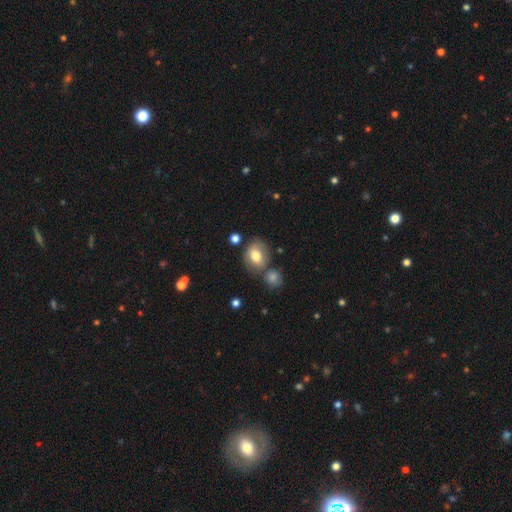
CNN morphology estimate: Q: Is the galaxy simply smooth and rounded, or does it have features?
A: smooth — 72%.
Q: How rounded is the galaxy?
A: in between — 58%.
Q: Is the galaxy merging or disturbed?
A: none — 61%.